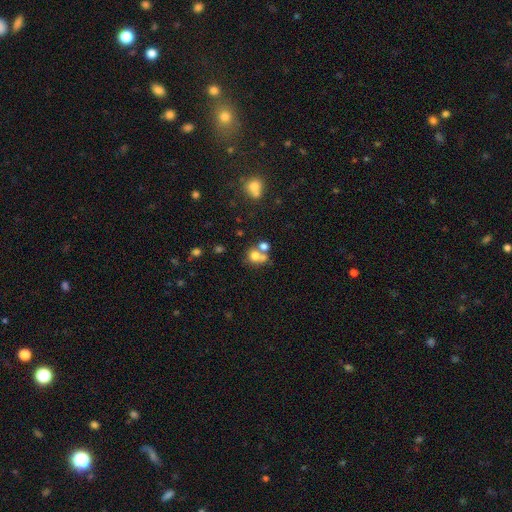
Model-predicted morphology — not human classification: This is likely a smooth galaxy (69%). How rounded: likely round (74%). Merging: possibly merger (48%).